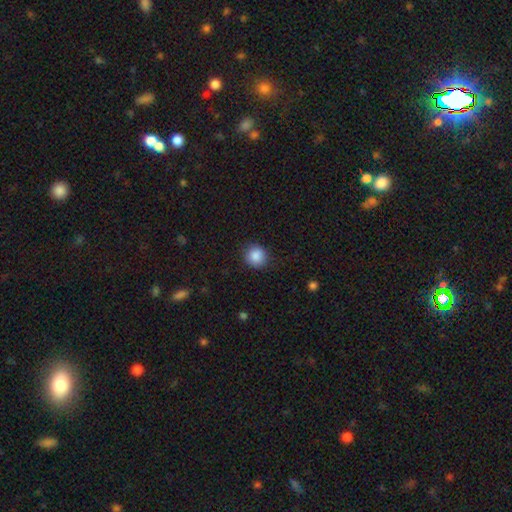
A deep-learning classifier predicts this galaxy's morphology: Q: Smooth or featured?
A: smooth (87%); runner-up: star or artifact (9%)
Q: How rounded?
A: round (88%); runner-up: in between (11%)
Q: Merging?
A: none (86%); runner-up: minor disturbance (10%)